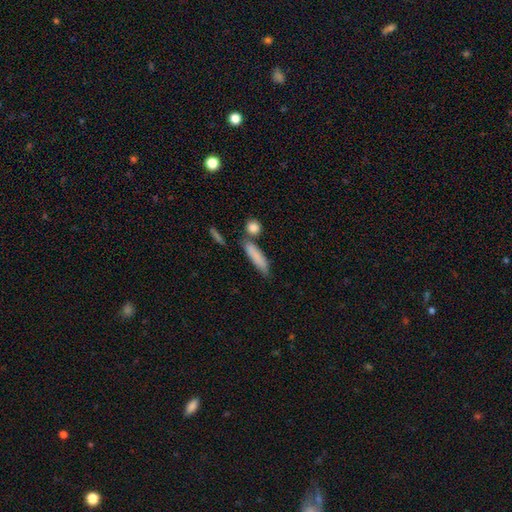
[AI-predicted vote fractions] Q: Smooth or featured?
A: smooth (82%); runner-up: featured or disk (11%)
Q: How rounded?
A: cigar-shaped (69%); runner-up: in between (28%)
Q: Merging?
A: none (64%); runner-up: merger (16%)